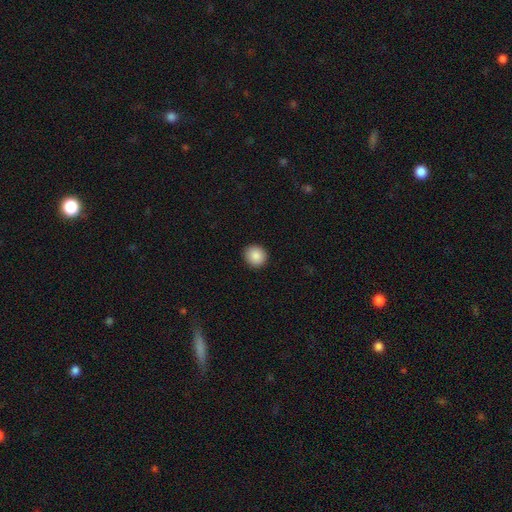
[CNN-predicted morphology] Smooth or featured? Predicted: smooth (p=0.89). How rounded? Predicted: round (p=0.88). Merging? Predicted: none (p=0.92).